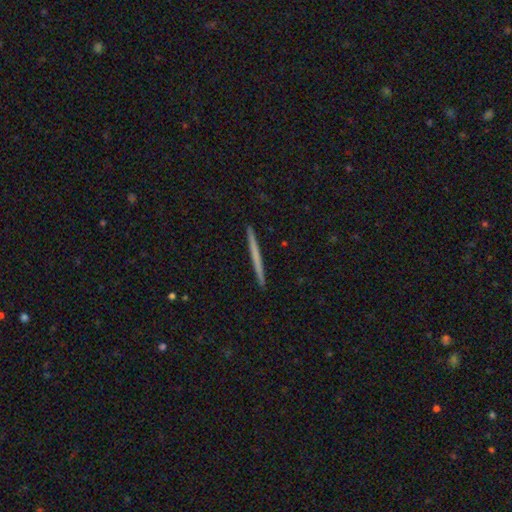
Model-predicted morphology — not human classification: This is possibly a smooth galaxy (50%). Merging: clearly none (93%).